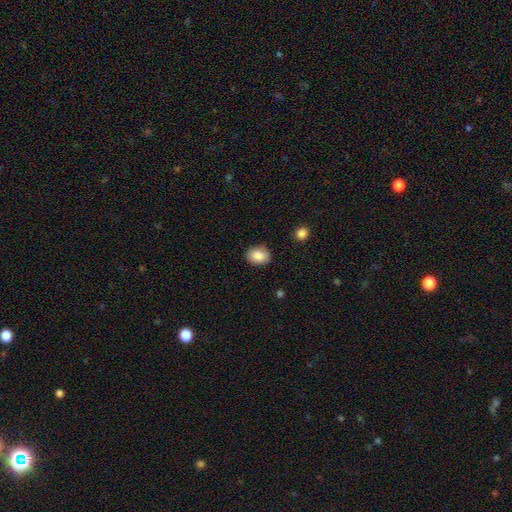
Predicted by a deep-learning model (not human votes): smooth-or-featured: smooth: 86% | star or artifact: 8% | featured or disk: 6%
  how-rounded: in between: 61% | round: 38% | cigar-shaped: 1%
  merging: none: 88% | minor disturbance: 9% | major disturbance: 2% | merger: 1%